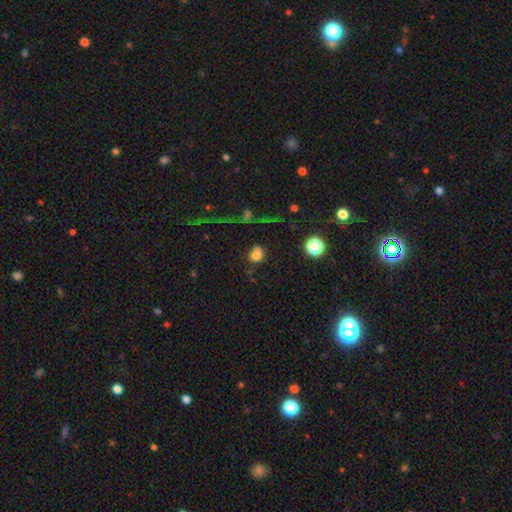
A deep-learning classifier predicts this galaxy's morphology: Q: Smooth or featured?
A: smooth (73%); runner-up: star or artifact (17%)
Q: How rounded?
A: round (70%); runner-up: in between (28%)
Q: Merging?
A: none (54%); runner-up: minor disturbance (21%)